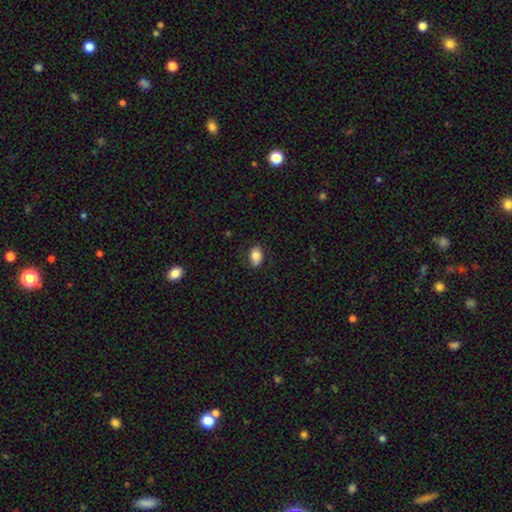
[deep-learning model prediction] Smooth or featured? smooth (83%)
How rounded? in between (84%)
Merging? none (81%)